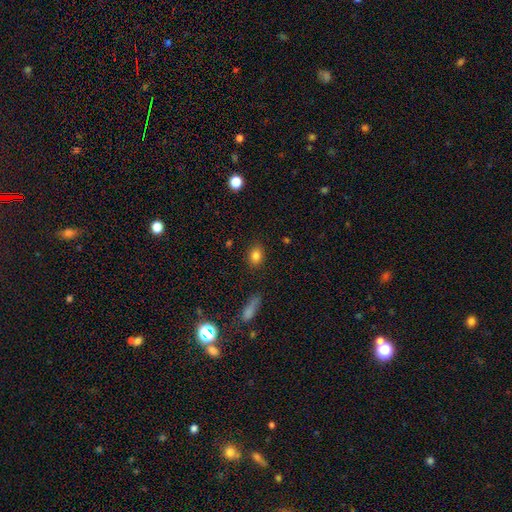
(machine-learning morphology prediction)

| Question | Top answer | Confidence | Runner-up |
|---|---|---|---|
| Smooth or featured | smooth | 83% | star or artifact (10%) |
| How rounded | in between | 61% | round (37%) |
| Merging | none | 86% | minor disturbance (9%) |